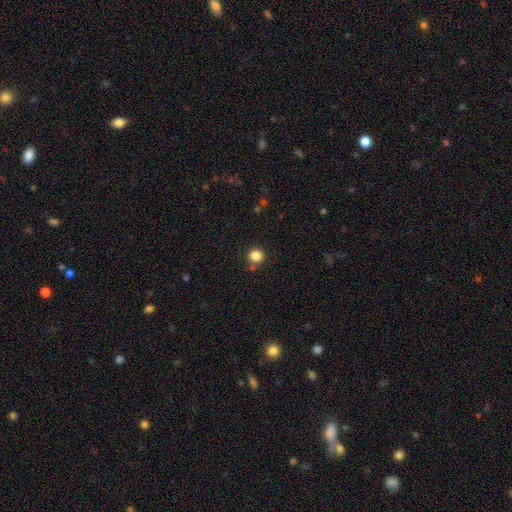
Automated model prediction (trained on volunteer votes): smooth-or-featured: smooth: 84% | star or artifact: 12% | featured or disk: 4%
  how-rounded: round: 94% | in between: 5% | cigar-shaped: 1%
  merging: none: 84% | minor disturbance: 8% | merger: 6% | major disturbance: 3%